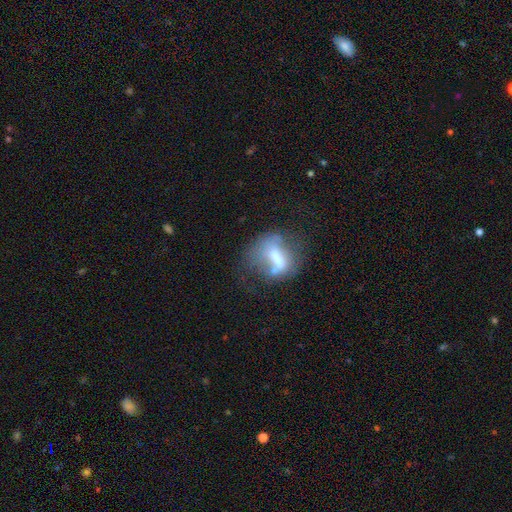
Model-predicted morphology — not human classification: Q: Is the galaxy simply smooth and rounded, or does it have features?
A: featured or disk — 47%.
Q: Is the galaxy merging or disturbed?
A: none — 40%.